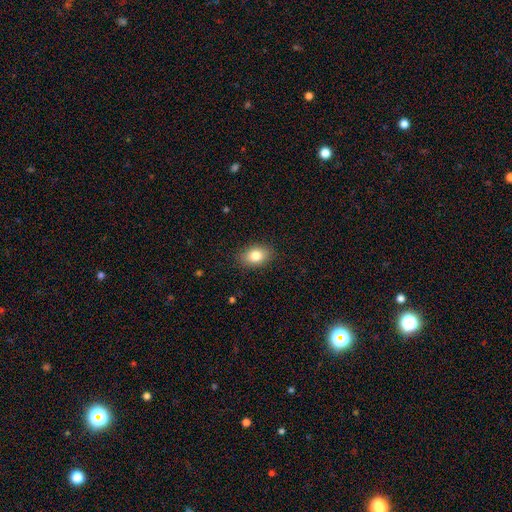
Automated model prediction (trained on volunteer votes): A smooth galaxy with no disk features (82%) that is in between round and cigar-shaped (82%). Merging: none (88%).